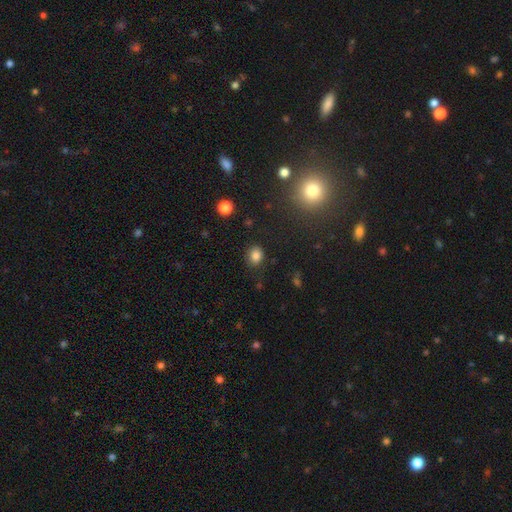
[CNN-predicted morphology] This appears to be a smooth galaxy with no disk features (82%) that is round (63%). Merging: none (85%).